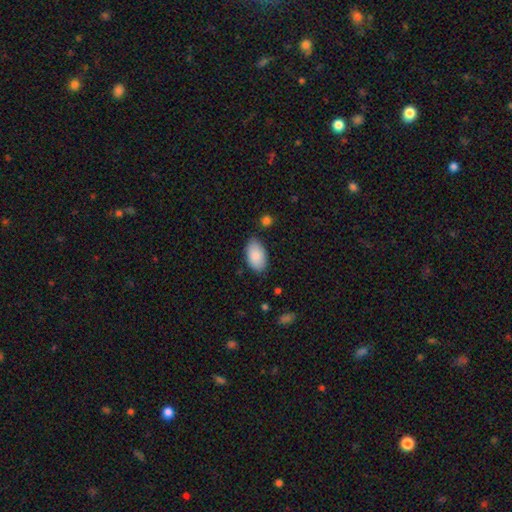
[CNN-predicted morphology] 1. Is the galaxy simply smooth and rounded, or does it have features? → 87% smooth, 7% featured or disk, 6% star or artifact.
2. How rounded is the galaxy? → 95% in between, 4% round, 1% cigar-shaped.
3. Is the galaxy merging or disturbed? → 80% none, 15% minor disturbance, 3% major disturbance, 2% merger.